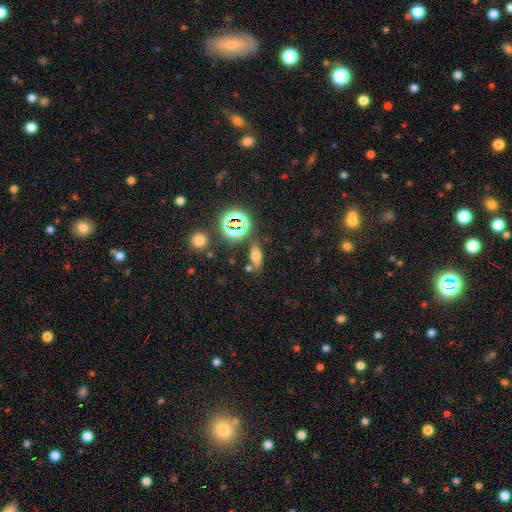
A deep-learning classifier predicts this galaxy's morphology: type=smooth (59%); roundness=in between (65%); merging=none (74%).